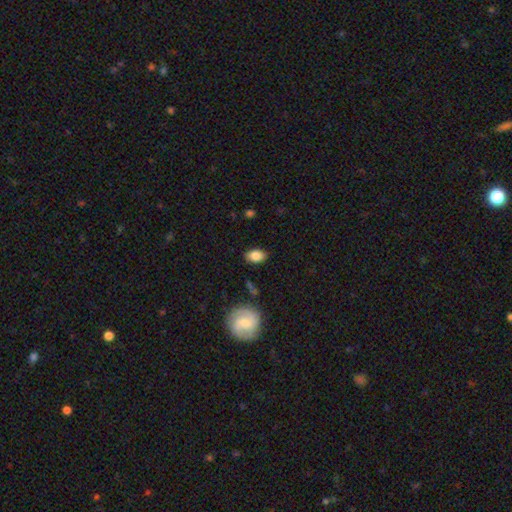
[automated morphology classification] A smooth galaxy with no disk features (81%) that is in between round and cigar-shaped (86%). Merging: none (83%).